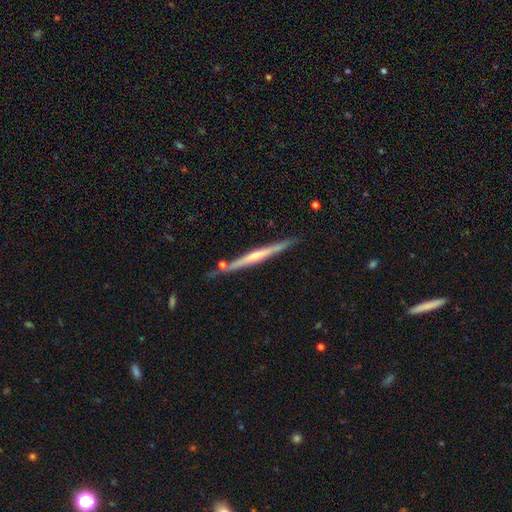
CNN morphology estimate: The model was most divided on "edge-on bulge": rounded: 61%, none: 30%, boxy: 9%. More confident: edge-on disk — yes (97%); merging — none (85%); smooth or featured — featured or disk (73%).